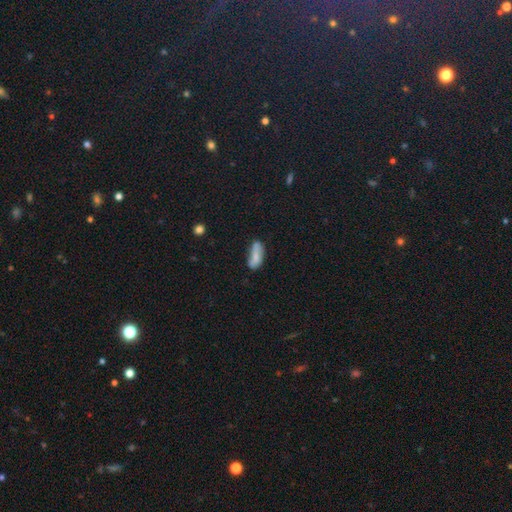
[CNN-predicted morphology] A smooth galaxy with no disk features (71%) that is in between round and cigar-shaped (74%).

Vote fractions:
- Smooth or featured? smooth: 71% / featured or disk: 21% / star or artifact: 8%
- How rounded? in between: 74% / cigar-shaped: 23% / round: 3%
- Merging? none: 51% / minor disturbance: 29% / major disturbance: 10% / merger: 9%